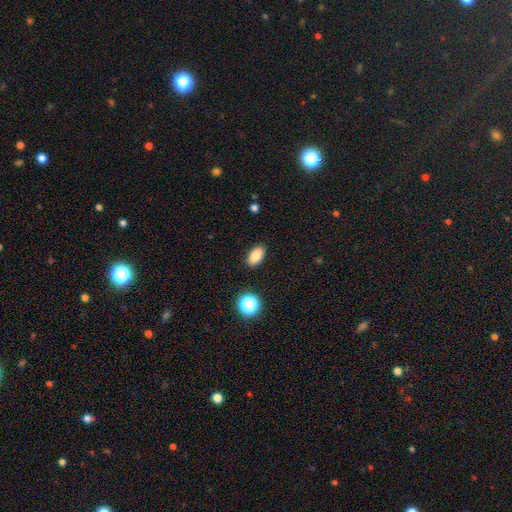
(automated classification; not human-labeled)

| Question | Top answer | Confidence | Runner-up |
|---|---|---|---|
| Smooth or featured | smooth | 84% | star or artifact (10%) |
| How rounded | in between | 91% | round (7%) |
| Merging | none | 88% | minor disturbance (8%) |